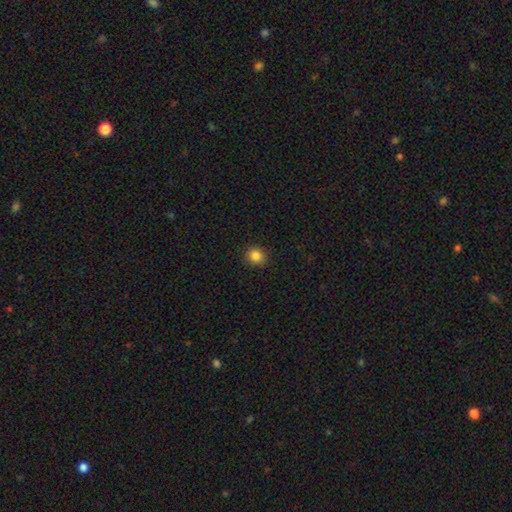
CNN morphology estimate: Smooth or featured?
  - smooth: 85% *
  - star or artifact: 11%
  - featured or disk: 4%
How rounded?
  - round: 88% *
  - in between: 11%
  - cigar-shaped: 1%
Merging?
  - none: 90% *
  - minor disturbance: 7%
  - major disturbance: 2%
  - merger: 1%